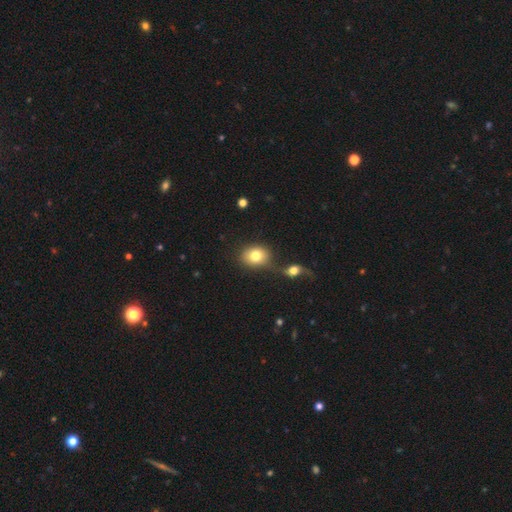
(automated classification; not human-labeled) The model was most divided on "how rounded": round: 51%, in between: 48%, cigar-shaped: 1%. More confident: smooth or featured — smooth (79%); merging — none (55%).